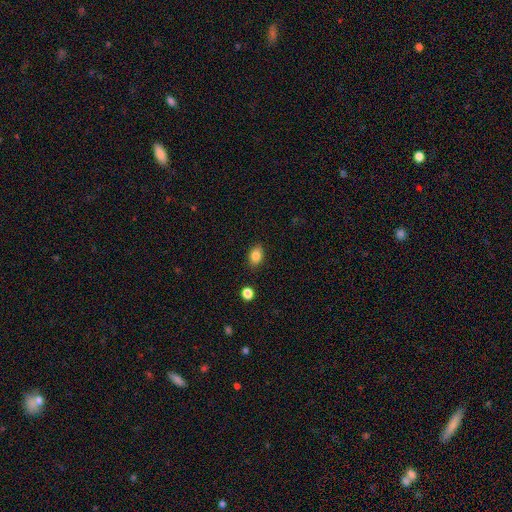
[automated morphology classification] The model was most divided on "how rounded": in between: 78%, round: 21%, cigar-shaped: 1%. More confident: merging — none (85%); smooth or featured — smooth (84%).